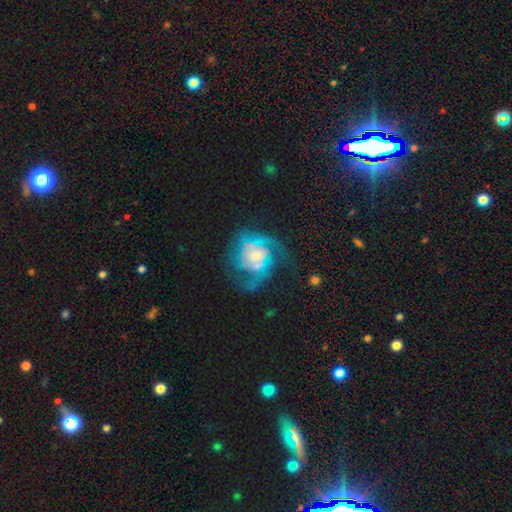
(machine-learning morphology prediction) Overall: featured or disk (80%). Edge-on disk: no (98%). Bar: no (70%). Spiral arms: yes (90%). Spiral arm count: 2 (45%; can't tell 22%). Spiral winding: tight (48%; medium 38%). Bulge size: small (44%; moderate 35%). Merging: none (52%; major disturbance 25%).